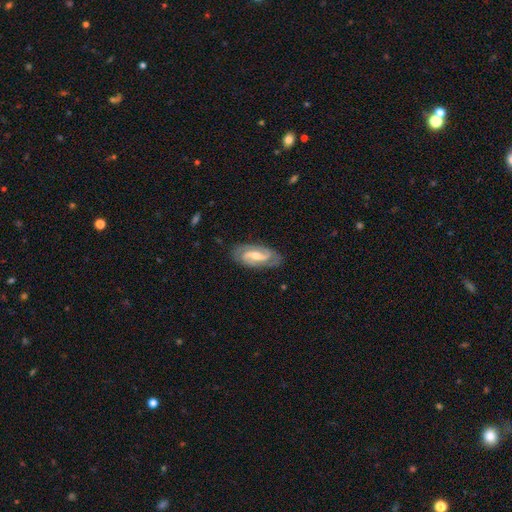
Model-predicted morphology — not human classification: This is clearly a featured or disk galaxy (84%). It is clearly not viewed edge-on (94%). Bar: possibly weak (45%). Spiral arm pattern: clearly yes (95%). Spiral arm count: clearly 2 (90%). Spiral winding: possibly medium (47%). Central bulge: possibly moderate (56%). Merging: clearly none (83%).